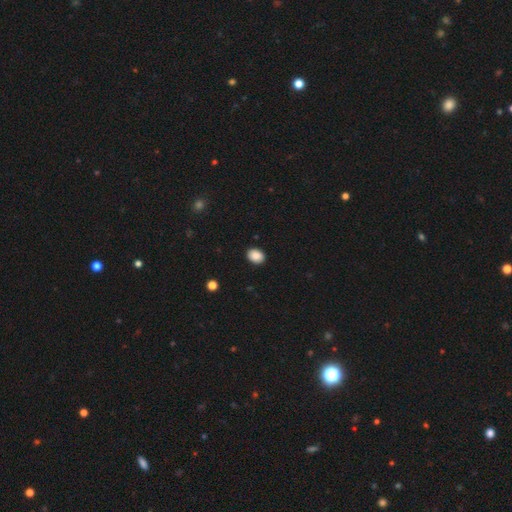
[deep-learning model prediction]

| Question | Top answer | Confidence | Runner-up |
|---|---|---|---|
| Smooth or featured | smooth | 89% | star or artifact (8%) |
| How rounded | in between | 69% | round (30%) |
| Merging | none | 90% | minor disturbance (7%) |